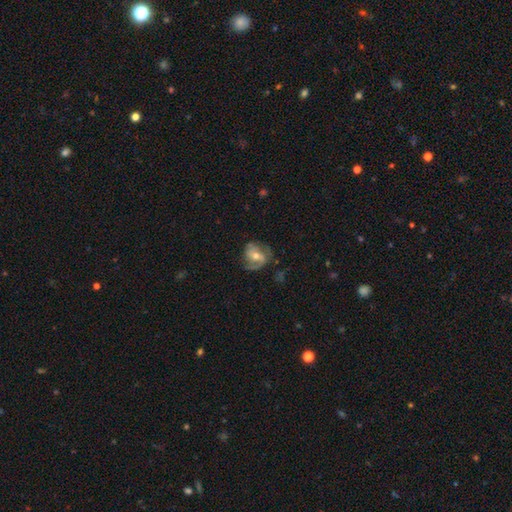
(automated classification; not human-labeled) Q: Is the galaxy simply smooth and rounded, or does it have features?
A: featured or disk — 71%.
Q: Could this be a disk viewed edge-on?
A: no — 97%.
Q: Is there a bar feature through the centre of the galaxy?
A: no — 47%.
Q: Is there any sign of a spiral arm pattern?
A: yes — 87%.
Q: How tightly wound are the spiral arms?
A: medium — 45%.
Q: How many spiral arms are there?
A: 2 — 69%.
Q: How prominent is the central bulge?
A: moderate — 66%.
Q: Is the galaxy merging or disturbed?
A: none — 61%.